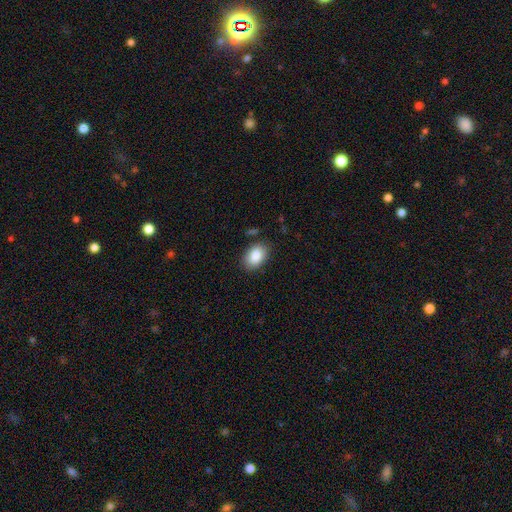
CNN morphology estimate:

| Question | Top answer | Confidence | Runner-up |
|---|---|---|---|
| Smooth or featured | smooth | 86% | star or artifact (7%) |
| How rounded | in between | 85% | round (14%) |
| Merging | none | 85% | minor disturbance (11%) |